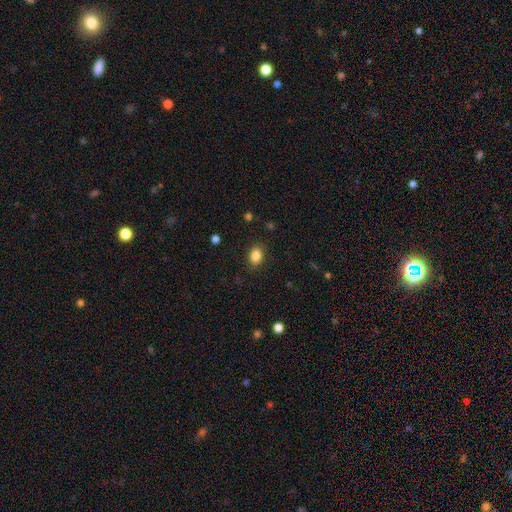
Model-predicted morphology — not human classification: Q: Smooth or featured?
A: smooth (86%); runner-up: star or artifact (10%)
Q: How rounded?
A: in between (68%); runner-up: round (31%)
Q: Merging?
A: none (87%); runner-up: minor disturbance (10%)